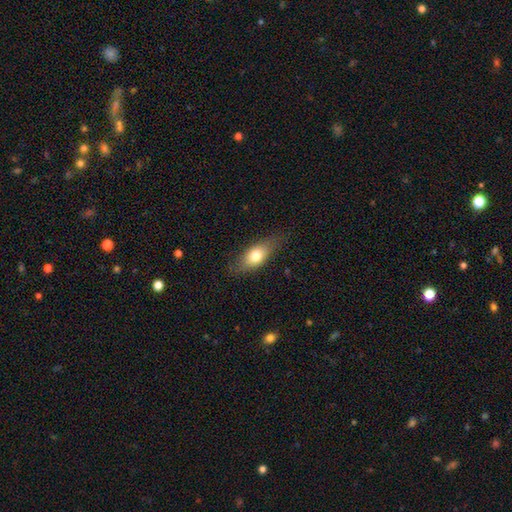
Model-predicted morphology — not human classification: Overall: smooth (72%). How rounded: in between (79%). Merging: none (78%).